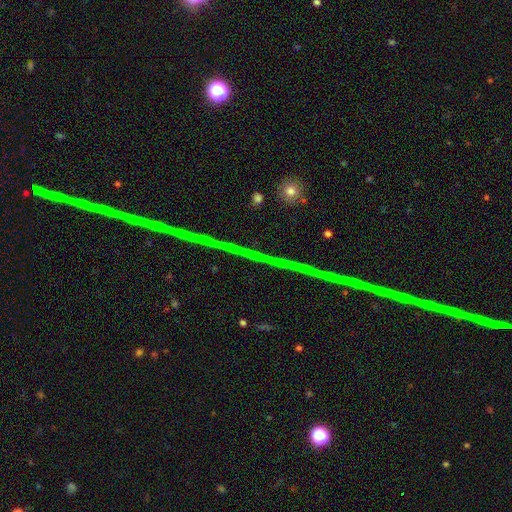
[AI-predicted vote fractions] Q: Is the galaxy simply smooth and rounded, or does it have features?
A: star or artifact — 77%.